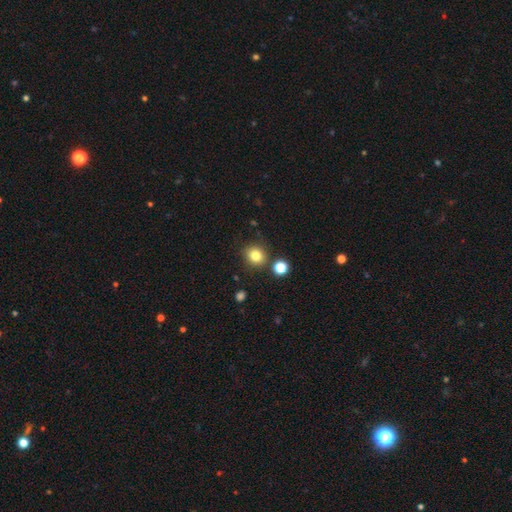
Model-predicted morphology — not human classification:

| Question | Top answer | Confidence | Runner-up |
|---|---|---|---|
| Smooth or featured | smooth | 81% | star or artifact (13%) |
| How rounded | round | 83% | in between (16%) |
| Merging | none | 82% | minor disturbance (9%) |